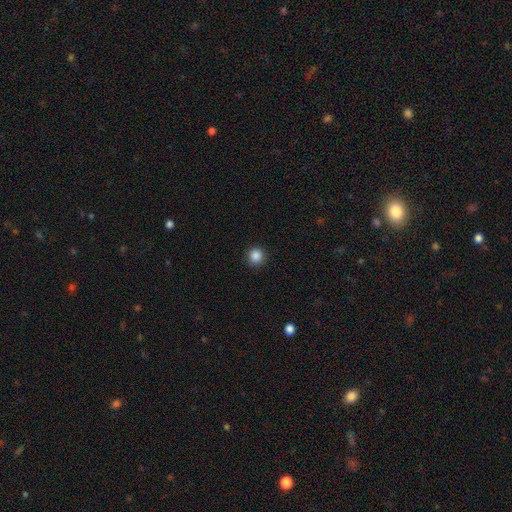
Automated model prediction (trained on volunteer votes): The model was most divided on "smooth or featured": smooth: 86%, star or artifact: 11%, featured or disk: 3%. More confident: how rounded — round (94%); merging — none (92%).